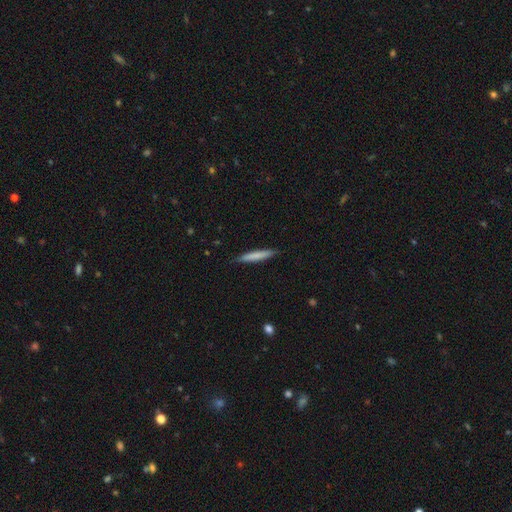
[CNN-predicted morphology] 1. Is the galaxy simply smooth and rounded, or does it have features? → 74% smooth, 21% featured or disk, 5% star or artifact.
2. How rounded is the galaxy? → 94% cigar-shaped, 5% in between, 1% round.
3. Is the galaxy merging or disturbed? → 88% none, 9% minor disturbance, 2% major disturbance, 1% merger.